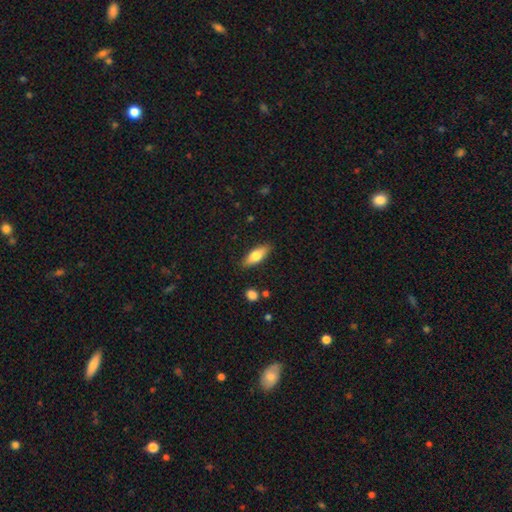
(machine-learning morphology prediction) Smooth or featured? smooth (70%)
How rounded? in between (68%)
Merging? none (85%)